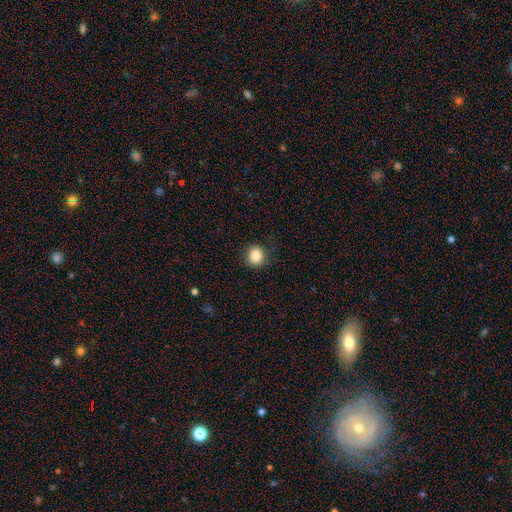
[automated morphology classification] Smooth or featured? Predicted: smooth (p=0.84). How rounded? Predicted: round (p=0.82). Merging? Predicted: none (p=0.87).